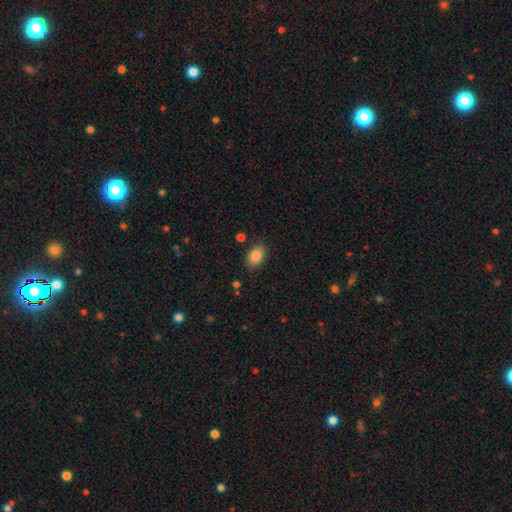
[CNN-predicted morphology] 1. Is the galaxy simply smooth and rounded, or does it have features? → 86% smooth, 8% star or artifact, 6% featured or disk.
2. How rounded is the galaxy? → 86% in between, 12% round, 1% cigar-shaped.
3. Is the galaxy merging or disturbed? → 84% none, 12% minor disturbance, 3% major disturbance, 2% merger.